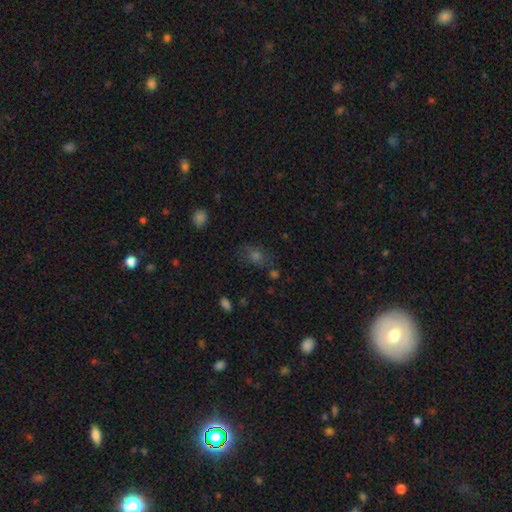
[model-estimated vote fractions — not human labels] A smooth galaxy with no disk features (48%).

Vote fractions:
- Smooth or featured? smooth: 48% / star or artifact: 35% / featured or disk: 16%
- Merging? none: 71% / minor disturbance: 16% / major disturbance: 8% / merger: 5%